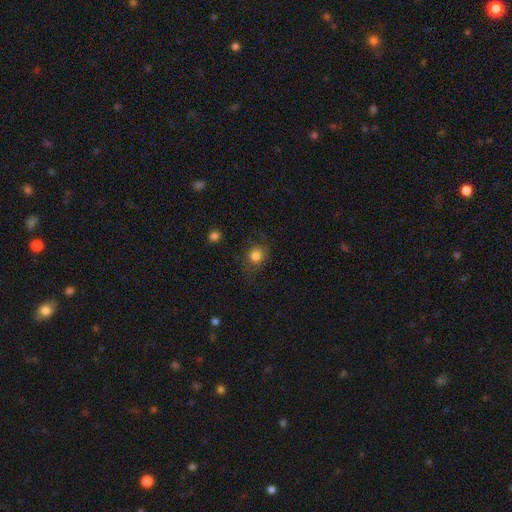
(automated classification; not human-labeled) A smooth galaxy with no disk features (80%) that is round (84%).

Vote fractions:
- Smooth or featured? smooth: 80% / star or artifact: 11% / featured or disk: 8%
- How rounded? round: 84% / in between: 15% / cigar-shaped: 1%
- Merging? none: 74% / minor disturbance: 16% / major disturbance: 8% / merger: 2%